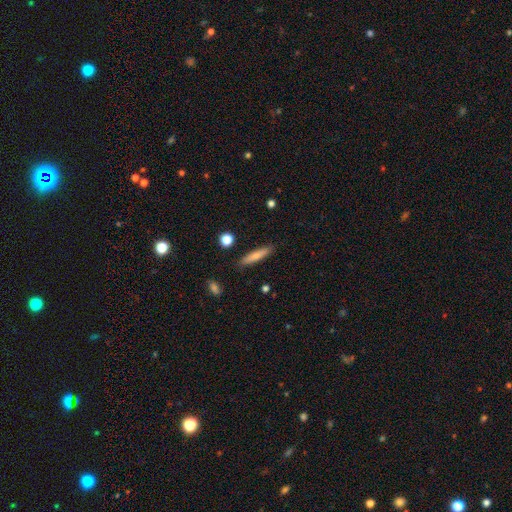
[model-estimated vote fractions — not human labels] Smooth or featured: smooth — 73% (featured or disk — 20%)
How rounded: cigar-shaped — 86% (in between — 12%)
Merging: none — 88% (minor disturbance — 9%)